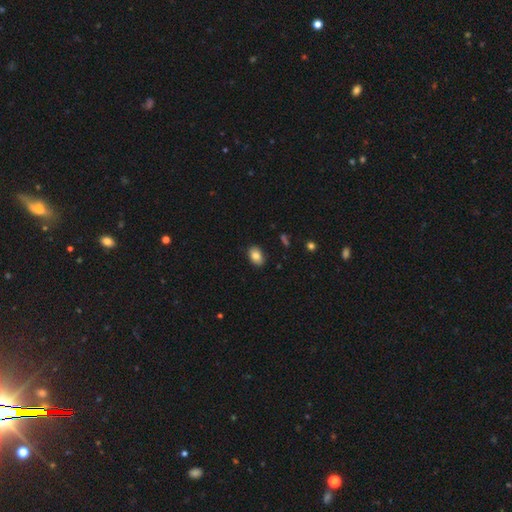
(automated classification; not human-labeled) This appears to be a smooth galaxy with no disk features (84%) that is in between round and cigar-shaped (85%). Merging: none (86%).